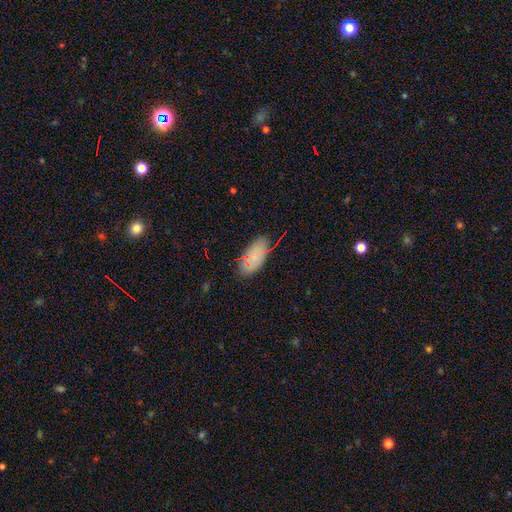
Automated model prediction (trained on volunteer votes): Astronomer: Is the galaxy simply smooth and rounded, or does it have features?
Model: smooth — 66%.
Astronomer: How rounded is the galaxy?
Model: in between — 92%.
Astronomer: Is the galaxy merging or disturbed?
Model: none — 74%.